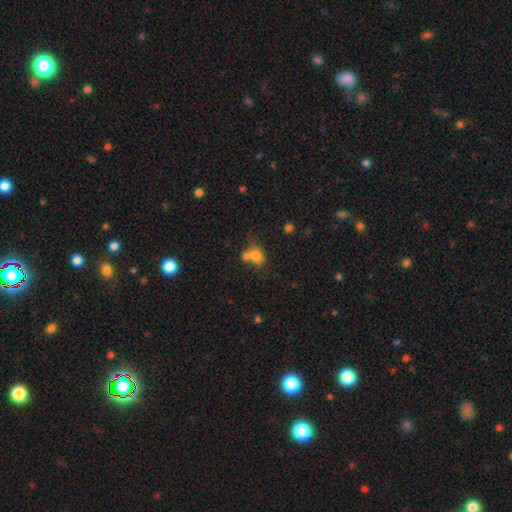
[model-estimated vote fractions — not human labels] A smooth galaxy with no disk features (76%) that is in between round and cigar-shaped (50%).

Vote fractions:
- Smooth or featured? smooth: 76% / star or artifact: 12% / featured or disk: 12%
- How rounded? in between: 50% / round: 49% / cigar-shaped: 2%
- Merging? merger: 49% / none: 33% / minor disturbance: 11% / major disturbance: 6%